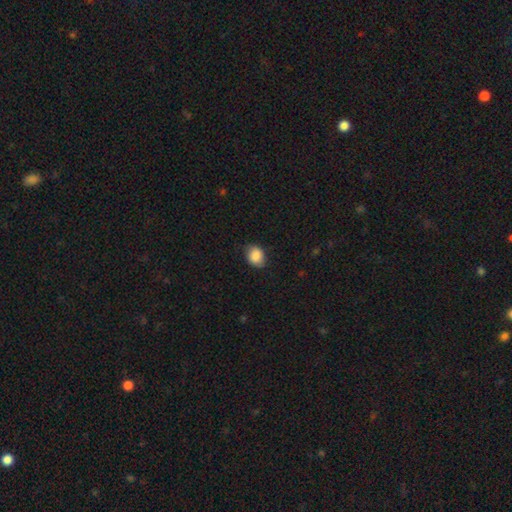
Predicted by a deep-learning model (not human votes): smooth 86%, star or artifact 8%, featured or disk 7%. Down the decision tree: how rounded — in between (58%); merging — none (79%).